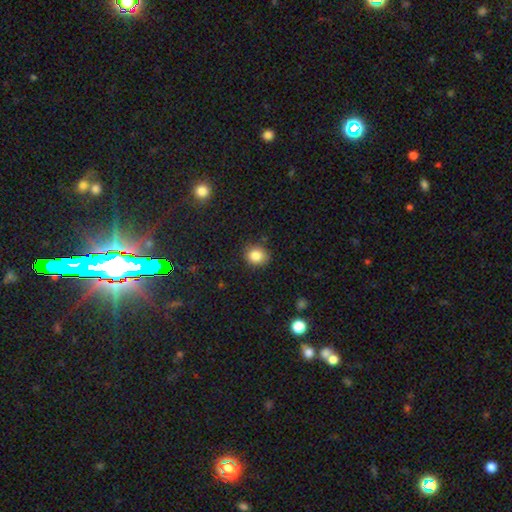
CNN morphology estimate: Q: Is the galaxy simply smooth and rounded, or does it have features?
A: smooth — 84%.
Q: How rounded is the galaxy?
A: round — 73%.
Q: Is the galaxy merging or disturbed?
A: none — 83%.